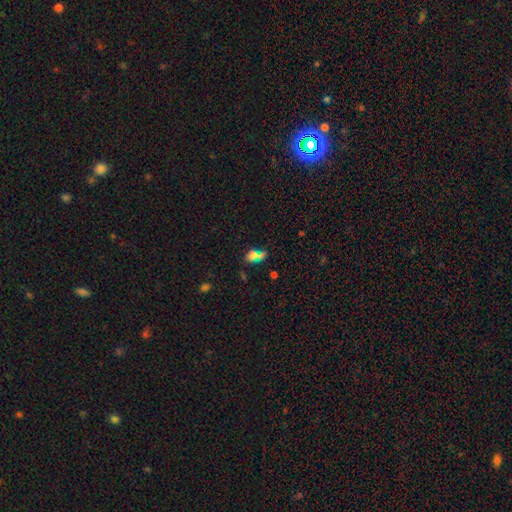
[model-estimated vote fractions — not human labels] Overall: smooth (56%; star or artifact 34%). How rounded: in between (68%). Merging: none (65%).